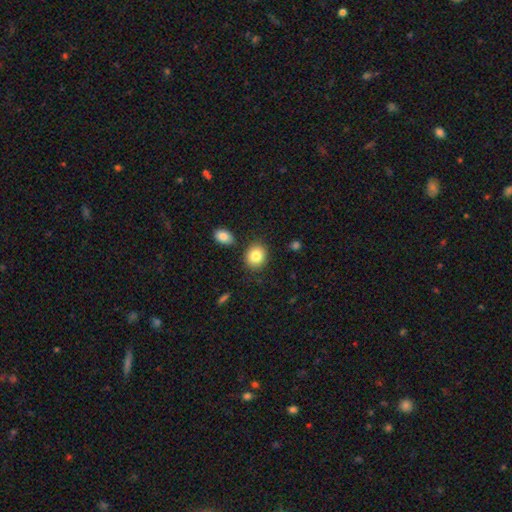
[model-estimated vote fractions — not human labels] A smooth galaxy with no disk features (84%) that is round (69%).

Vote fractions:
- Smooth or featured? smooth: 84% / star or artifact: 9% / featured or disk: 8%
- How rounded? round: 69% / in between: 30% / cigar-shaped: 1%
- Merging? none: 83% / minor disturbance: 9% / merger: 5% / major disturbance: 2%